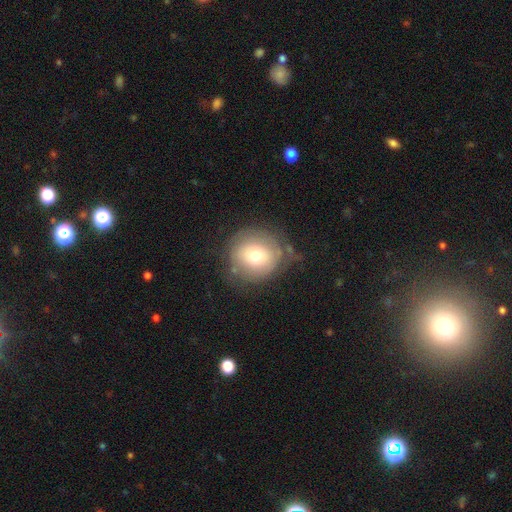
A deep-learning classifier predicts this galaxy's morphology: smooth_or_featured: smooth (p=0.66) [alt: featured or disk p=0.24]
how_rounded: round (p=0.89) [alt: in between p=0.10]
merging: none (p=0.64) [alt: minor disturbance p=0.22]